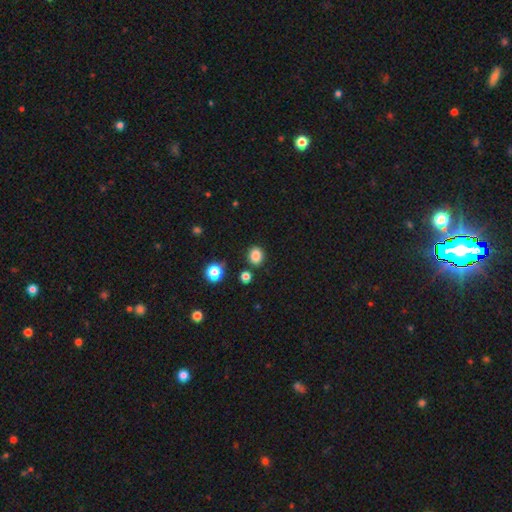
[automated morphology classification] Overall: smooth (84%). How rounded: round (66%; in between 33%). Merging: none (84%).